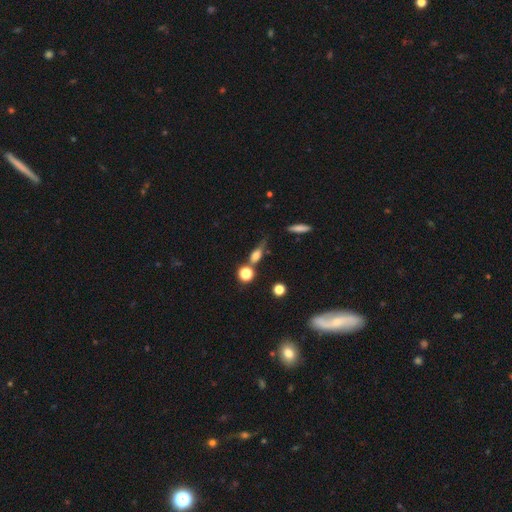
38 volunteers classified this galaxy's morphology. smooth_or_featured: smooth (p=0.58) [alt: featured or disk p=0.39]
how_rounded: cigar-shaped (p=0.45) [alt: in between p=0.32]
merging: none (p=0.49) [alt: merger p=0.24]